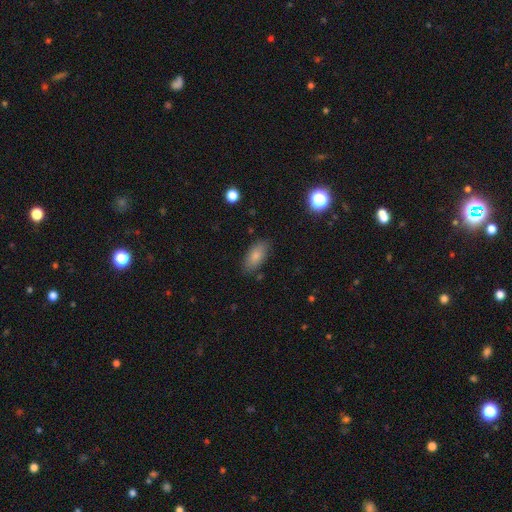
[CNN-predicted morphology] Q: Smooth or featured?
A: smooth (82%); runner-up: featured or disk (10%)
Q: How rounded?
A: in between (89%); runner-up: cigar-shaped (8%)
Q: Merging?
A: none (83%); runner-up: minor disturbance (13%)